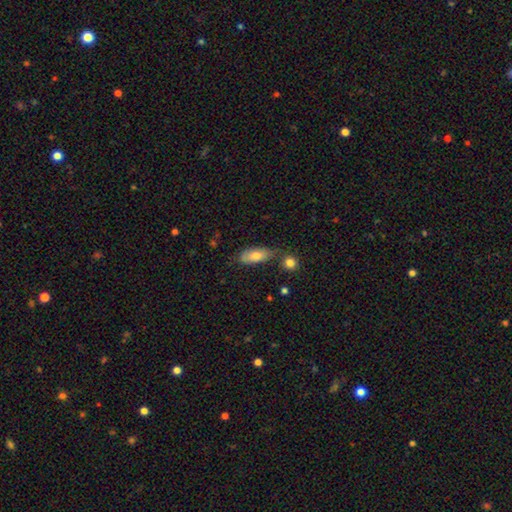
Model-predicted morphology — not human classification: Smooth or featured?
  - smooth: 76% *
  - featured or disk: 17%
  - star or artifact: 7%
How rounded?
  - in between: 81% *
  - cigar-shaped: 16%
  - round: 3%
Merging?
  - none: 59% *
  - minor disturbance: 23%
  - merger: 12%
  - major disturbance: 6%